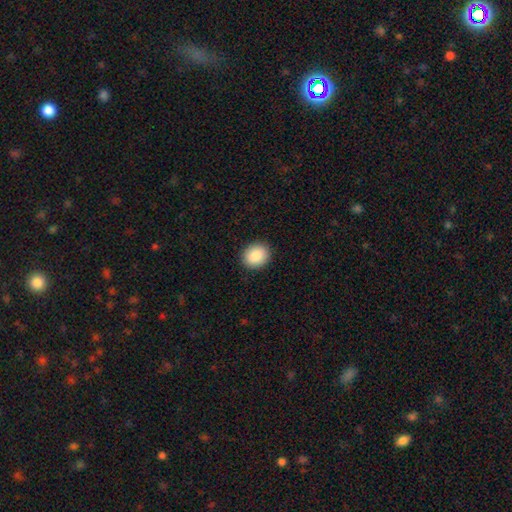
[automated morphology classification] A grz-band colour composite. It shows a smooth galaxy with no disk features (87%) that is round (67%). Merging: none (91%).